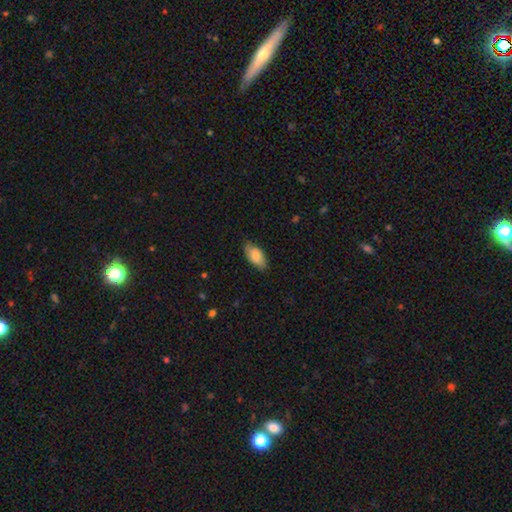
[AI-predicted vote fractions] Morphology: type=smooth (83%); roundness=in between (90%); merging=none (83%).